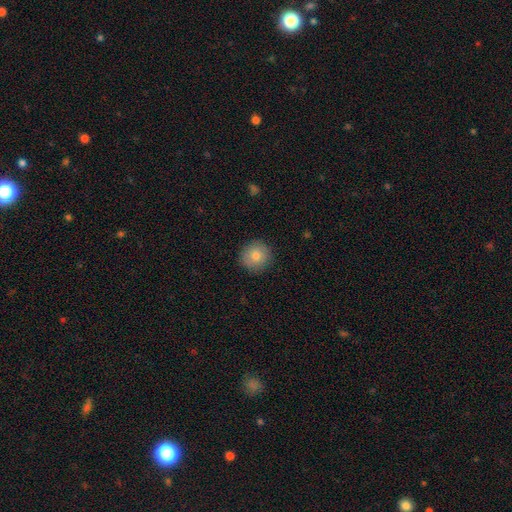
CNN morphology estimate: Q: Smooth or featured?
A: smooth (83%); runner-up: star or artifact (9%)
Q: How rounded?
A: round (94%); runner-up: in between (5%)
Q: Merging?
A: none (90%); runner-up: minor disturbance (7%)